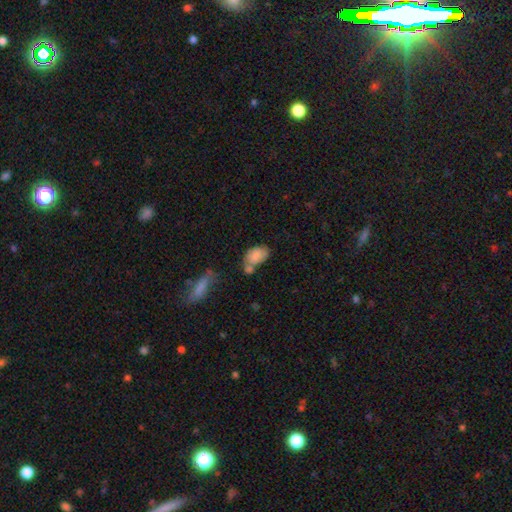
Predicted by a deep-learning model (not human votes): Overall: smooth (78%). How rounded: in between (89%). Merging: merger (39%; none 32%).